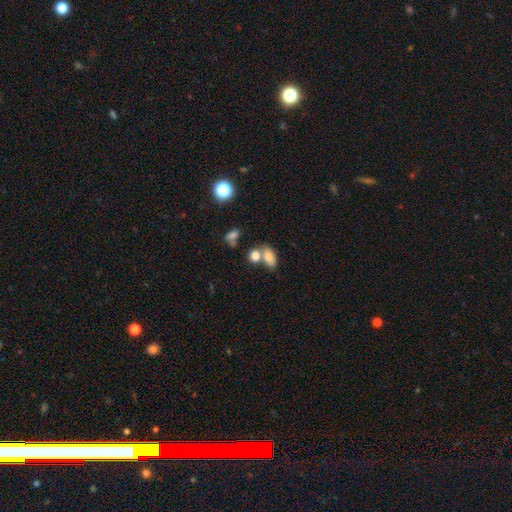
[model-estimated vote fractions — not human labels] Smooth or featured: smooth — 78% (featured or disk — 11%)
How rounded: in between — 73% (round — 24%)
Merging: merger — 43% (none — 41%)